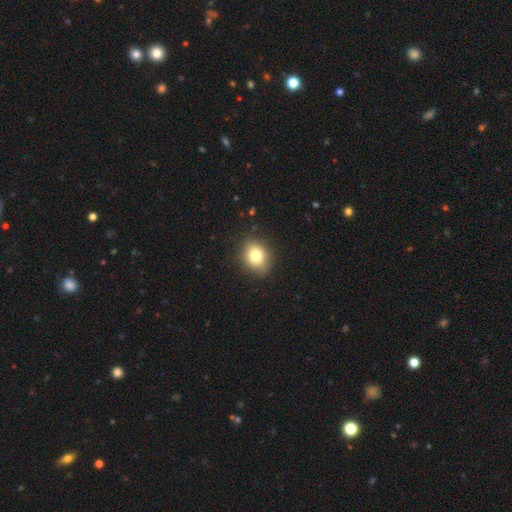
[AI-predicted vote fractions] Smooth or featured: smooth — 80% (star or artifact — 10%)
How rounded: round — 54% (in between — 45%)
Merging: none — 88% (minor disturbance — 9%)